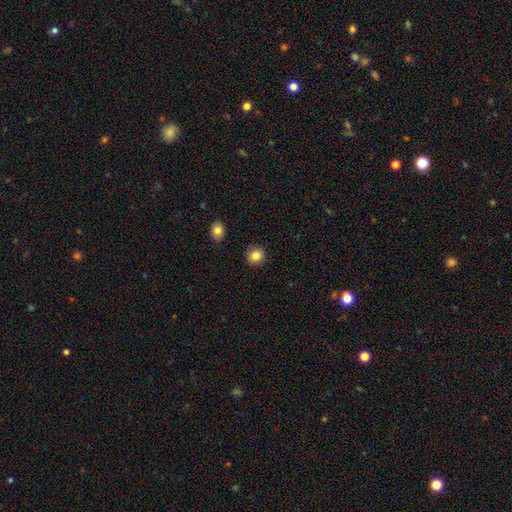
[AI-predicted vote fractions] smooth-or-featured: smooth: 85% | star or artifact: 10% | featured or disk: 6%
  how-rounded: round: 88% | in between: 11% | cigar-shaped: 1%
  merging: none: 90% | minor disturbance: 7% | major disturbance: 2% | merger: 2%